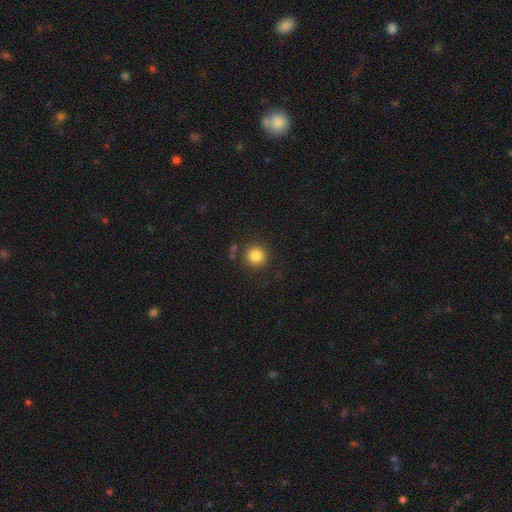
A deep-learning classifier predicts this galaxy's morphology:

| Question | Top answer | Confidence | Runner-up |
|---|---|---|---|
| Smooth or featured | smooth | 84% | star or artifact (11%) |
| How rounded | round | 94% | in between (5%) |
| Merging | none | 85% | minor disturbance (8%) |